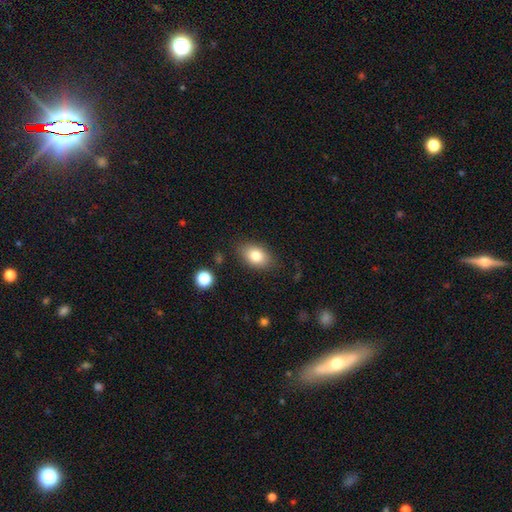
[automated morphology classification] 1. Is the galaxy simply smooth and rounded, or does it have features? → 81% smooth, 11% featured or disk, 9% star or artifact.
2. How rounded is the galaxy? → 85% in between, 13% round, 1% cigar-shaped.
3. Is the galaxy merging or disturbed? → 83% none, 13% minor disturbance, 3% major disturbance, 2% merger.